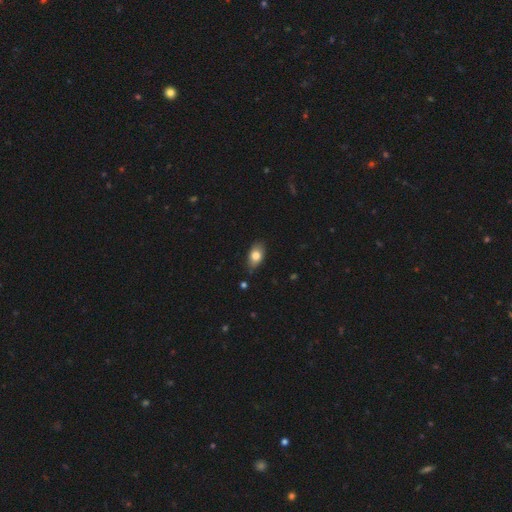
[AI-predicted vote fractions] This appears to be a smooth galaxy with no disk features (80%) that is in between round and cigar-shaped (86%). Merging: none (76%).